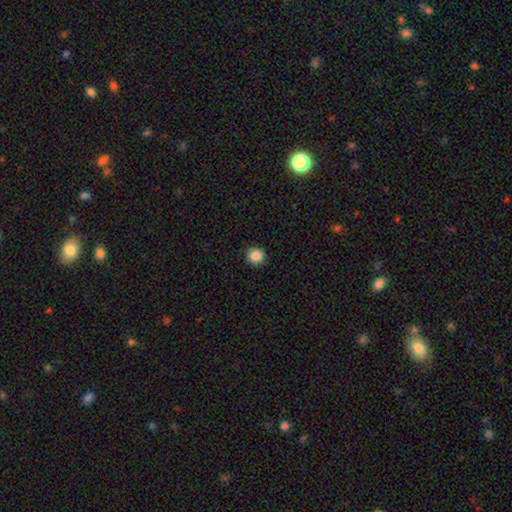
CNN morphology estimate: Overall: smooth (86%). How rounded: round (91%). Merging: none (91%).